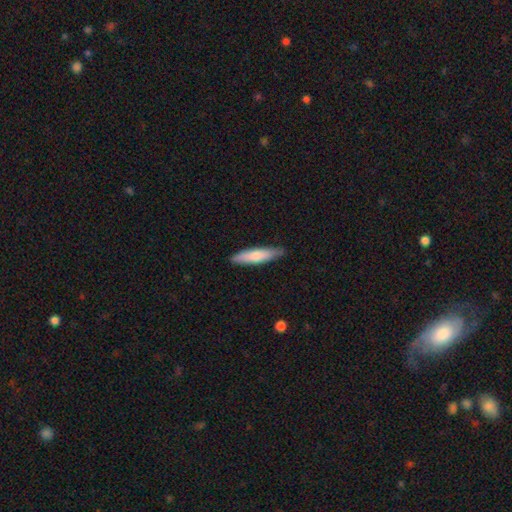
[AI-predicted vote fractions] smooth_or_featured: smooth (p=0.73) [alt: featured or disk p=0.21]
how_rounded: cigar-shaped (p=0.78) [alt: in between p=0.21]
merging: none (p=0.84) [alt: minor disturbance p=0.13]